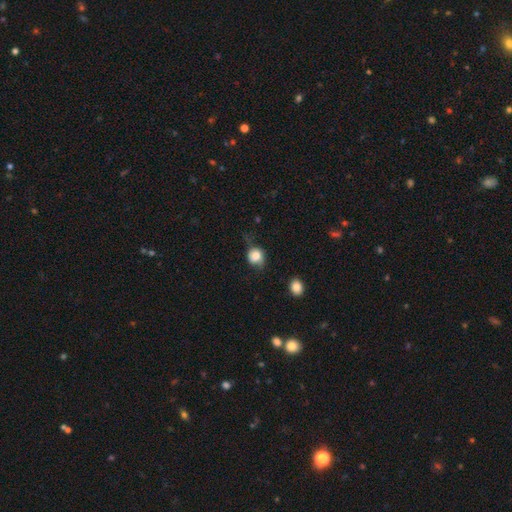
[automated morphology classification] A smooth galaxy with no disk features (73%) that is round (76%).

Vote fractions:
- Smooth or featured? smooth: 73% / featured or disk: 18% / star or artifact: 9%
- How rounded? round: 76% / in between: 23% / cigar-shaped: 1%
- Merging? none: 54% / minor disturbance: 29% / major disturbance: 14% / merger: 2%